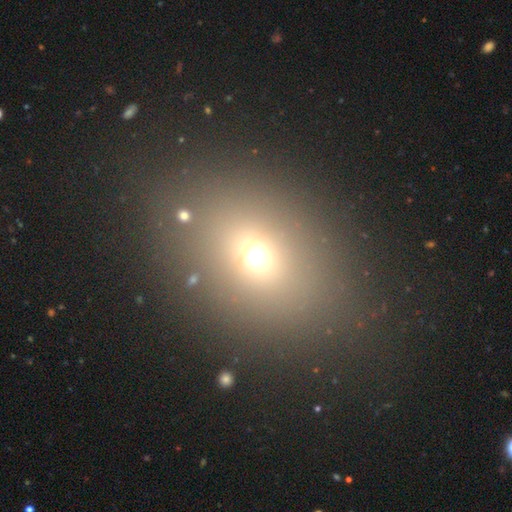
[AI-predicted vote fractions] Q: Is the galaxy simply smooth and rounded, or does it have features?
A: smooth — 64%.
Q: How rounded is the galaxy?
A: in between — 63%.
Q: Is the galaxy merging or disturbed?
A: none — 80%.